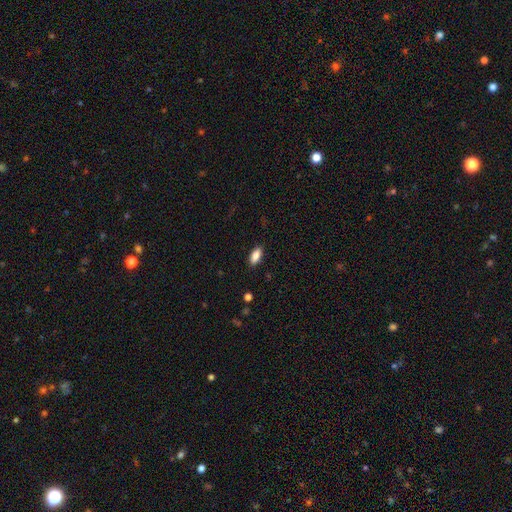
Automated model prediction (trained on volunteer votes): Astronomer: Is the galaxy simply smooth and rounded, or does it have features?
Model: smooth — 87%.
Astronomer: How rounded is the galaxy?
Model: in between — 85%.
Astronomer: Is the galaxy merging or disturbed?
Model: none — 87%.